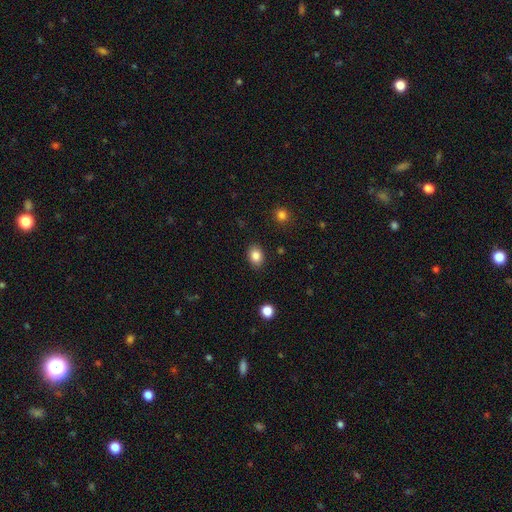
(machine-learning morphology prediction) A smooth galaxy with no disk features (85%) that is in between round and cigar-shaped (62%).

Vote fractions:
- Smooth or featured? smooth: 85% / star or artifact: 9% / featured or disk: 5%
- How rounded? in between: 62% / round: 37% / cigar-shaped: 1%
- Merging? none: 88% / minor disturbance: 9% / major disturbance: 2% / merger: 1%